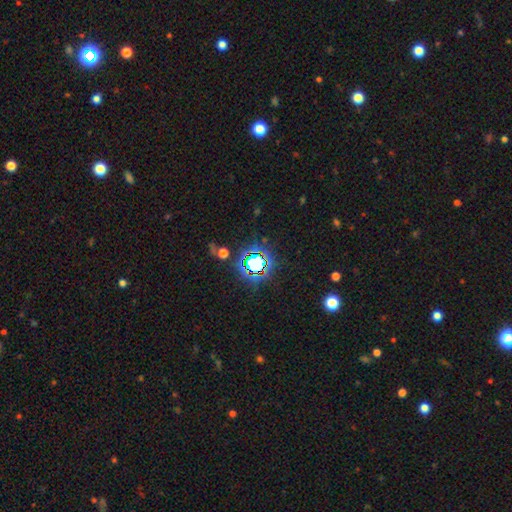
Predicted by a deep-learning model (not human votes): Q: Smooth or featured?
A: star or artifact (72%); runner-up: smooth (18%)